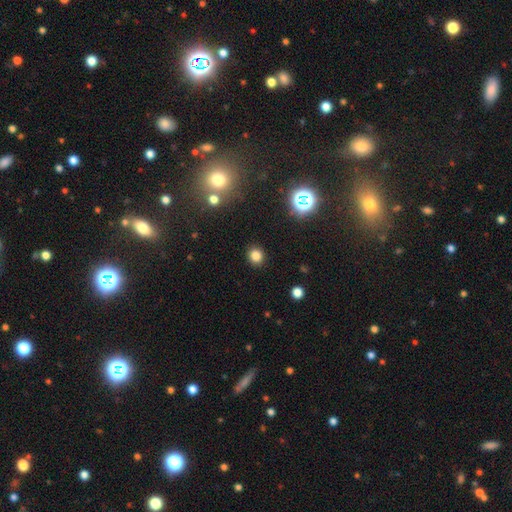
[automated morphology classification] smooth 80%, star or artifact 15%, featured or disk 5%. Down the decision tree: how rounded — round (81%); merging — none (91%).